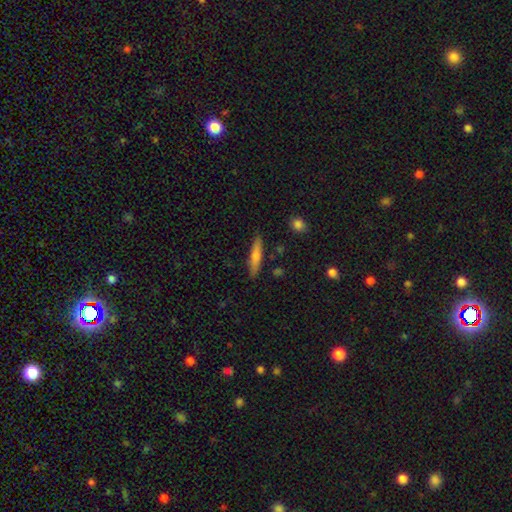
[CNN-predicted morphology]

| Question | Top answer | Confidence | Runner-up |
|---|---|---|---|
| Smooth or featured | smooth | 67% | featured or disk (26%) |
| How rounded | cigar-shaped | 85% | in between (13%) |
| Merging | none | 87% | minor disturbance (9%) |